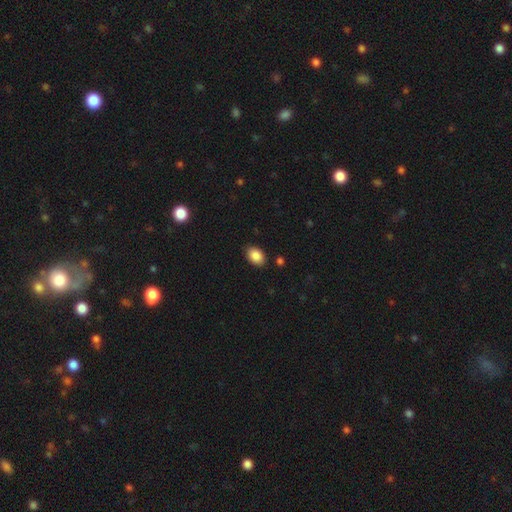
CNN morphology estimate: Smooth or featured: smooth — 88% (star or artifact — 8%)
How rounded: in between — 82% (round — 17%)
Merging: none — 86% (minor disturbance — 10%)